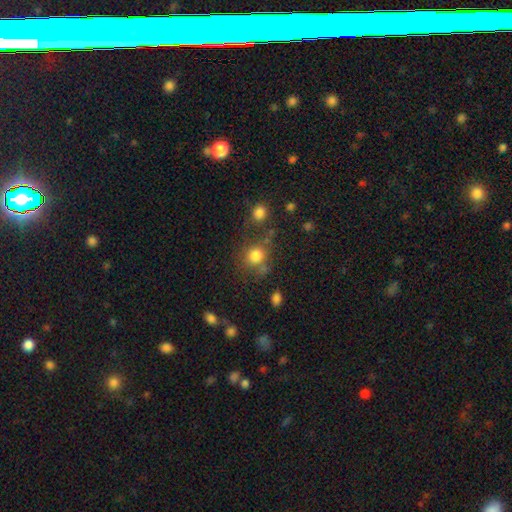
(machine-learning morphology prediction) Smooth or featured?
  - smooth: 79% *
  - star or artifact: 13%
  - featured or disk: 8%
How rounded?
  - round: 84% *
  - in between: 15%
  - cigar-shaped: 1%
Merging?
  - none: 66% *
  - minor disturbance: 15%
  - merger: 12%
  - major disturbance: 7%